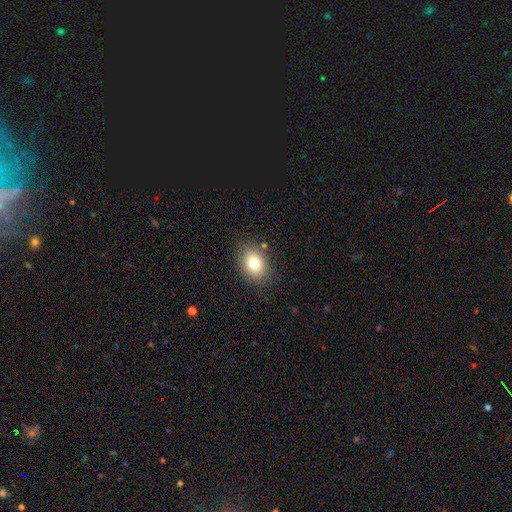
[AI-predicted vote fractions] Overall: smooth (79%). How rounded: in between (67%; round 32%). Merging: none (85%).